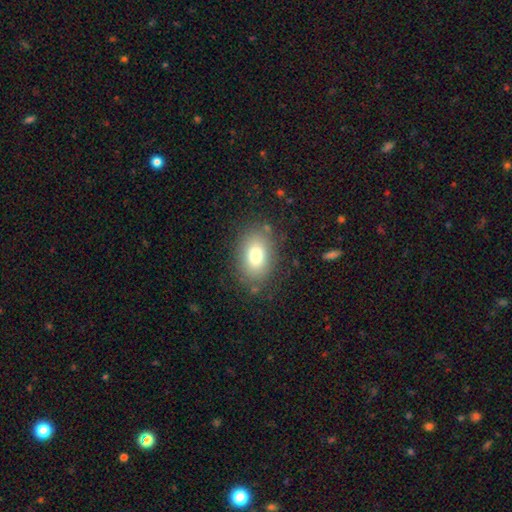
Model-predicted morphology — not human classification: type=smooth (78%); roundness=in between (80%); merging=none (81%).